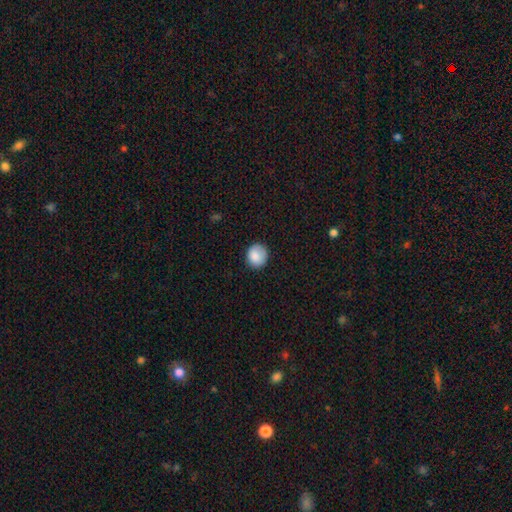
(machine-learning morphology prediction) smooth_or_featured: smooth (p=0.87) [alt: star or artifact p=0.08]
how_rounded: round (p=0.82) [alt: in between p=0.17]
merging: none (p=0.81) [alt: minor disturbance p=0.15]